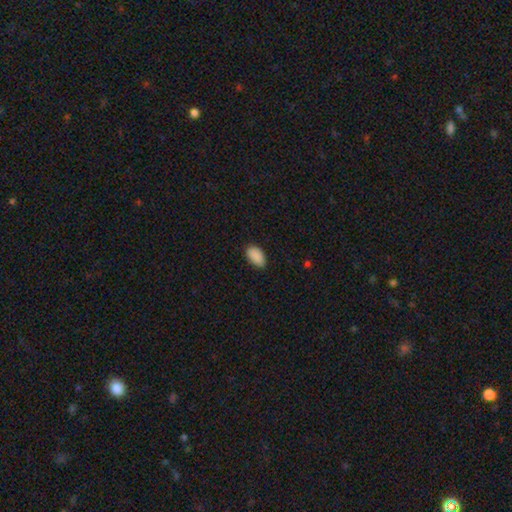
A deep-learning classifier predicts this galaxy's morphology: Q: Smooth or featured?
A: smooth (90%); runner-up: star or artifact (7%)
Q: How rounded?
A: in between (94%); runner-up: round (4%)
Q: Merging?
A: none (84%); runner-up: minor disturbance (13%)